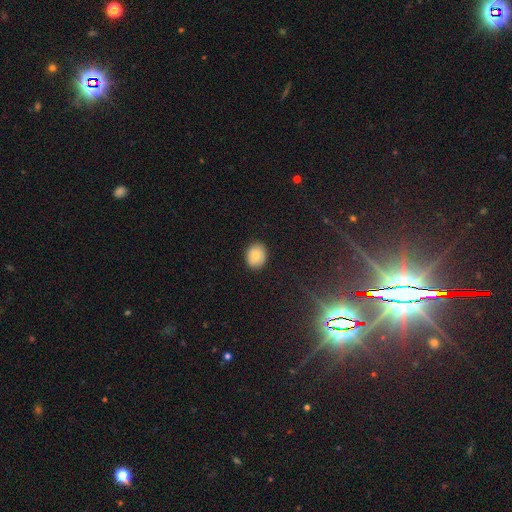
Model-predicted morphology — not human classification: Smooth or featured: smooth — 79% (featured or disk — 11%)
How rounded: round — 61% (in between — 38%)
Merging: none — 88% (minor disturbance — 9%)